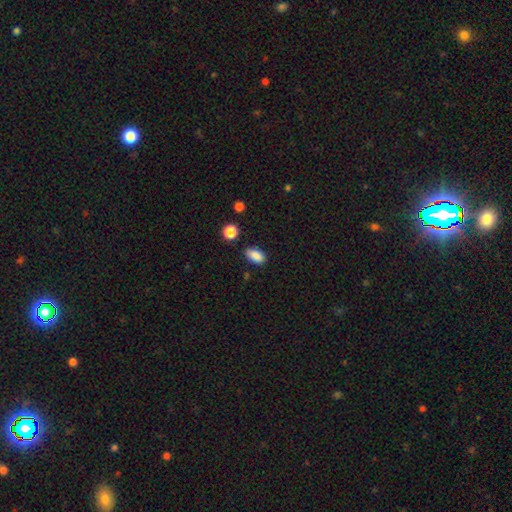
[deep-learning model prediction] smooth 87%, star or artifact 9%, featured or disk 4%. Down the decision tree: how rounded — in between (90%); merging — none (81%).